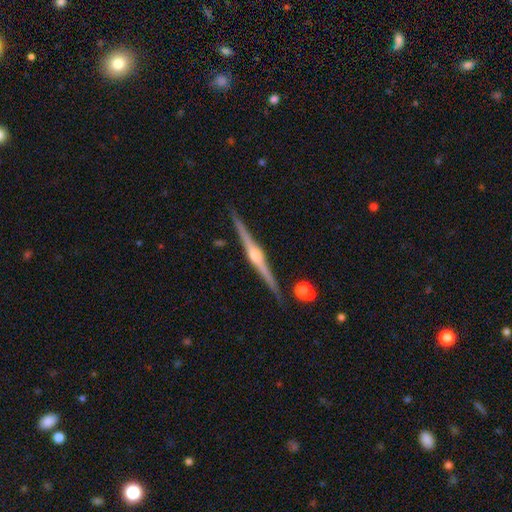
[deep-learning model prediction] The model was most divided on "smooth or featured": featured or disk: 88%, smooth: 7%, star or artifact: 5%. More confident: edge-on disk — yes (99%); merging — none (90%); edge-on bulge — rounded (89%).